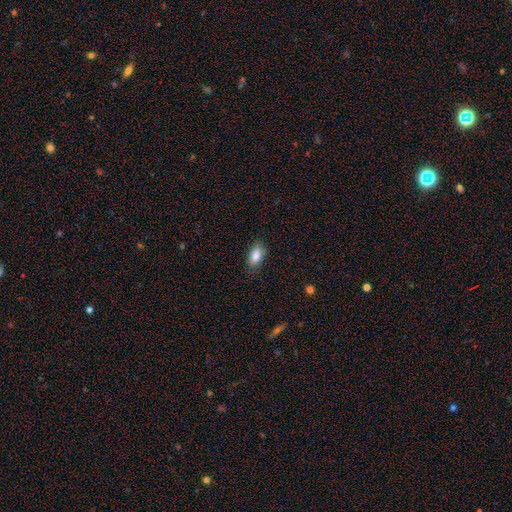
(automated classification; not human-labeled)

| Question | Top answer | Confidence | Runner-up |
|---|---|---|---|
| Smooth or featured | smooth | 85% | featured or disk (8%) |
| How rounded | in between | 90% | round (5%) |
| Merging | none | 84% | minor disturbance (12%) |